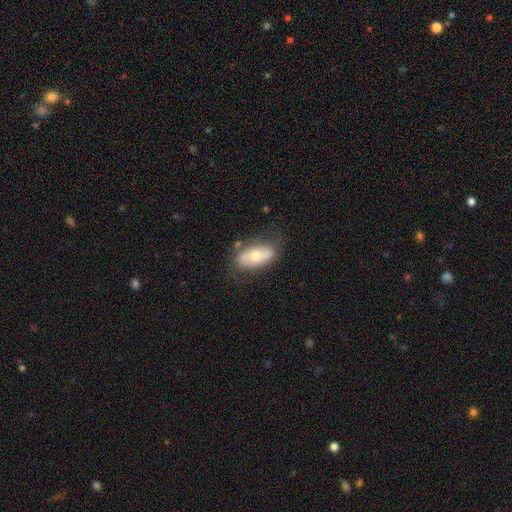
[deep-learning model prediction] Smooth or featured? smooth (53%)
How rounded? in between (90%)
Merging? none (69%)